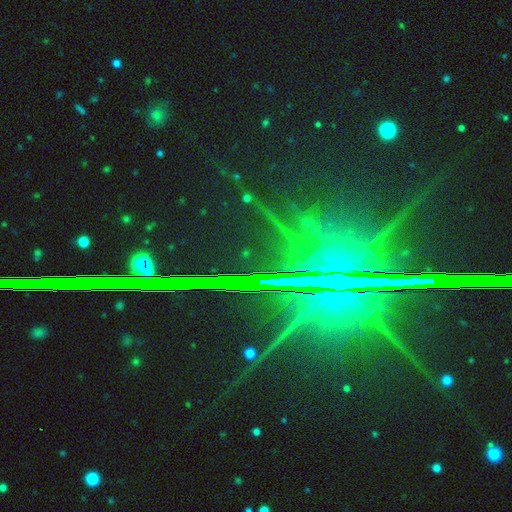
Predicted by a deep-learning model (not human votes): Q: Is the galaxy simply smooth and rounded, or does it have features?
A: star or artifact — 78%.